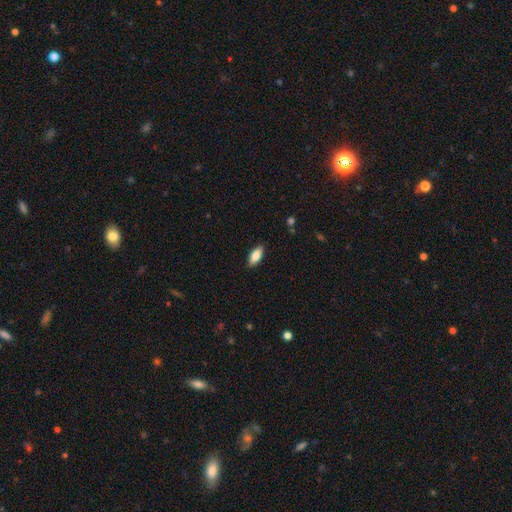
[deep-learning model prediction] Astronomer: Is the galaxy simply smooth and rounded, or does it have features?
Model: smooth — 82%.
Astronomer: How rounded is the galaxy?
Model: in between — 84%.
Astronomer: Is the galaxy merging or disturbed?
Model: none — 87%.